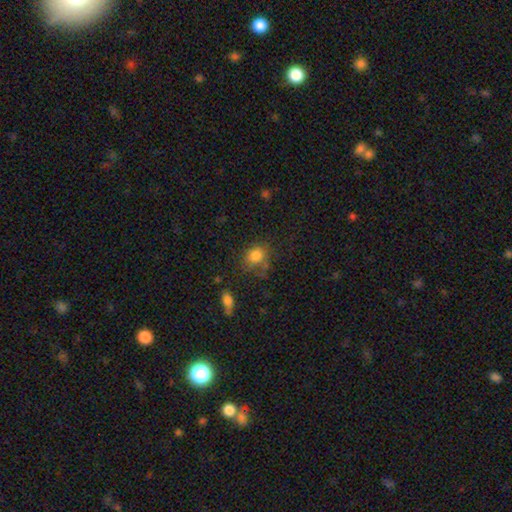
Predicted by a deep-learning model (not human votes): smooth_or_featured: smooth (p=0.81) [alt: star or artifact p=0.10]
how_rounded: round (p=0.61) [alt: in between p=0.37]
merging: none (p=0.60) [alt: minor disturbance p=0.23]